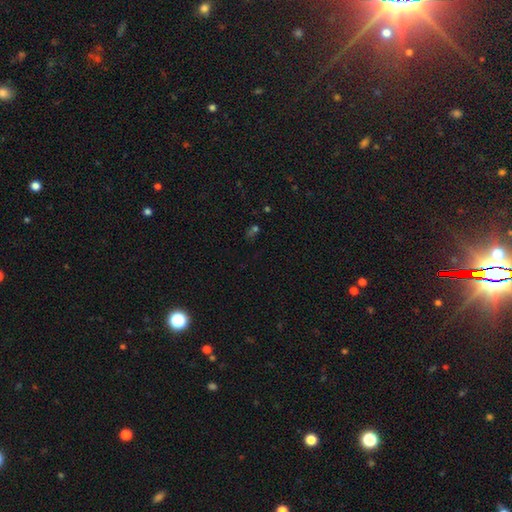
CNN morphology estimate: Smooth or featured? Predicted: star or artifact (p=0.57).